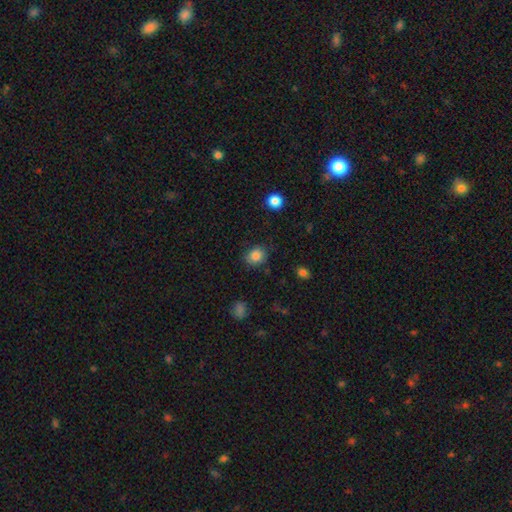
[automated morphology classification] type=smooth (85%); roundness=round (71%); merging=none (81%).